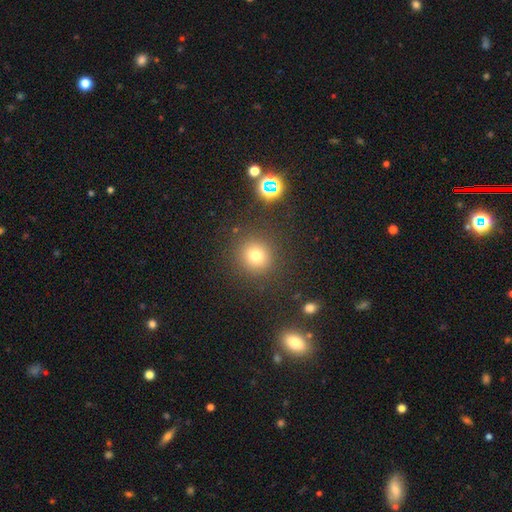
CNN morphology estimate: This appears to be a smooth galaxy with no disk features (74%) that is round (92%). Merging: none (87%).